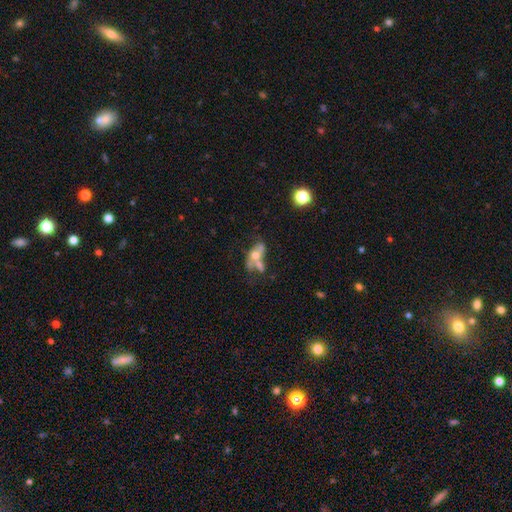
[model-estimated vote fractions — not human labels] This appears to be a featured or disk galaxy (51%). Merging: merger (44%).